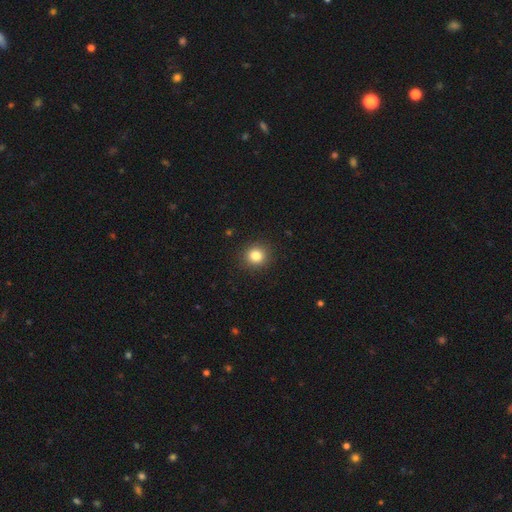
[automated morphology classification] Q: Smooth or featured?
A: smooth (83%); runner-up: star or artifact (11%)
Q: How rounded?
A: round (89%); runner-up: in between (10%)
Q: Merging?
A: none (91%); runner-up: minor disturbance (6%)